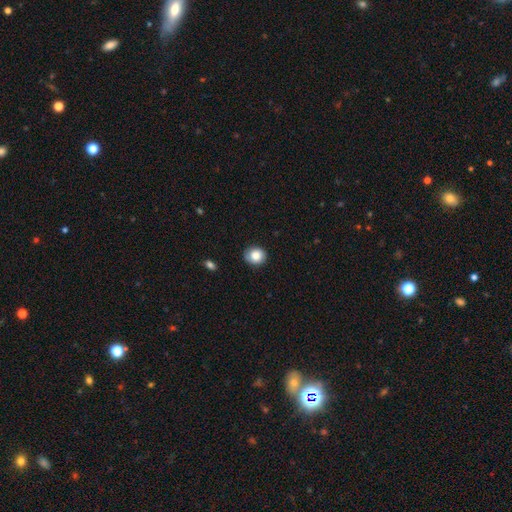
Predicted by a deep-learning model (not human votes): Q: Smooth or featured?
A: smooth (83%); runner-up: star or artifact (9%)
Q: How rounded?
A: round (75%); runner-up: in between (25%)
Q: Merging?
A: none (85%); runner-up: minor disturbance (11%)